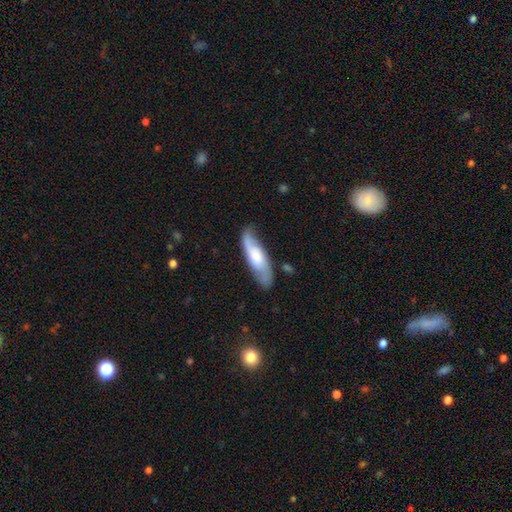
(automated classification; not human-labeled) smooth_or_featured: featured or disk (p=0.52) [alt: smooth p=0.42]
disk_edge_on: no (p=0.75) [alt: yes p=0.25]
merging: none (p=0.76) [alt: minor disturbance p=0.18]